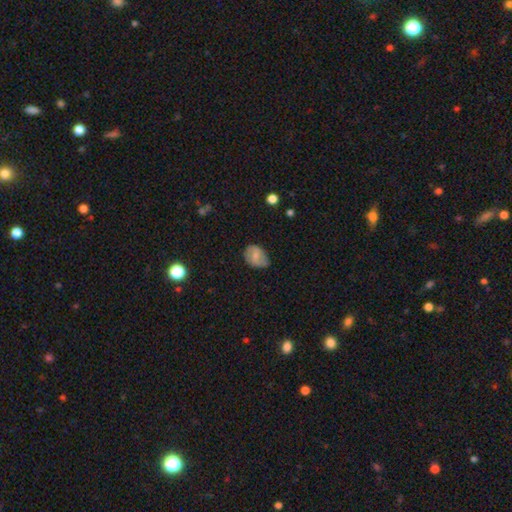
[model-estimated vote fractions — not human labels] smooth_or_featured: smooth (p=0.60) [alt: featured or disk p=0.32]
how_rounded: in between (p=0.69) [alt: round p=0.30]
merging: none (p=0.64) [alt: minor disturbance p=0.28]